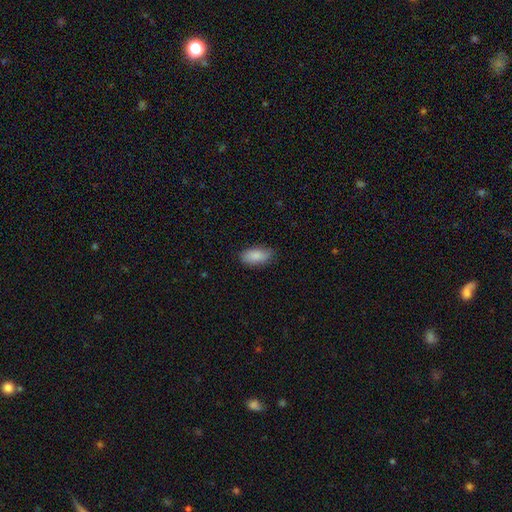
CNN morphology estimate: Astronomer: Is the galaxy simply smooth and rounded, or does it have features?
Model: smooth — 87%.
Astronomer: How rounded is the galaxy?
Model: in between — 91%.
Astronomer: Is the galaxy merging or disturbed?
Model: none — 75%.